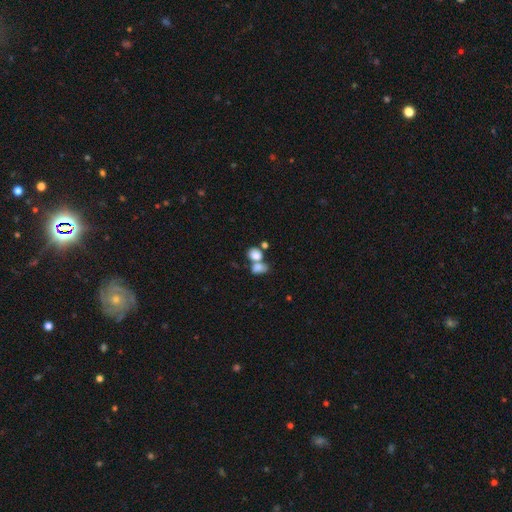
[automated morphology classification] The model was most divided on "how rounded": in between: 60%, round: 38%, cigar-shaped: 2%. More confident: smooth or featured — smooth (80%); merging — merger (57%).